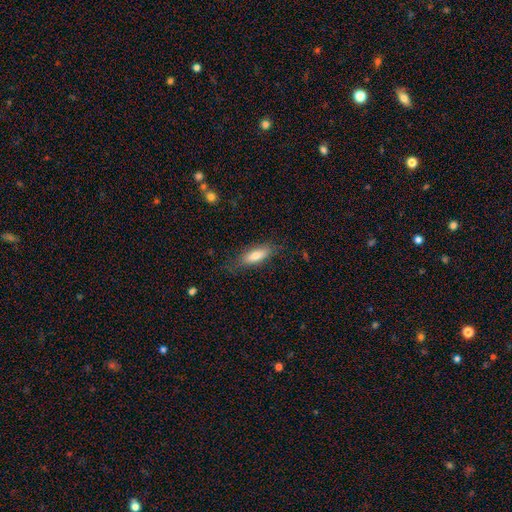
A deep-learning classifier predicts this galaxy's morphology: Q: Smooth or featured?
A: smooth (77%); runner-up: featured or disk (17%)
Q: How rounded?
A: in between (61%); runner-up: cigar-shaped (37%)
Q: Merging?
A: none (78%); runner-up: minor disturbance (16%)